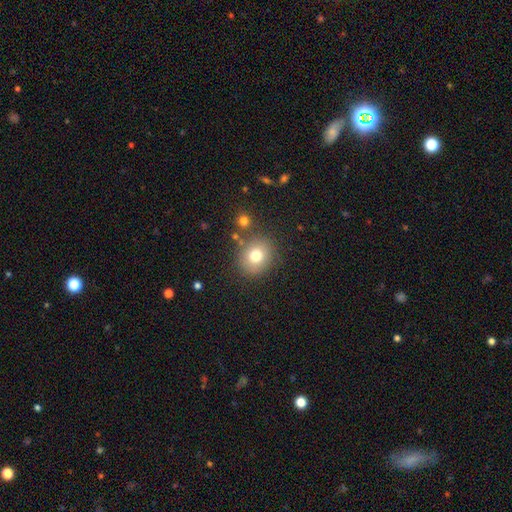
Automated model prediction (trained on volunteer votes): A smooth galaxy with no disk features (76%) that is round (77%). Merging: none (80%).